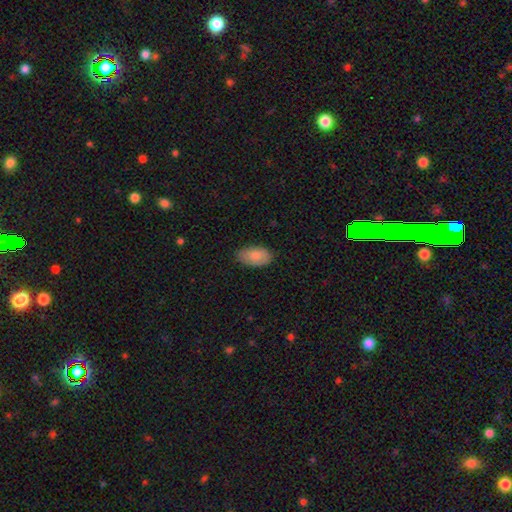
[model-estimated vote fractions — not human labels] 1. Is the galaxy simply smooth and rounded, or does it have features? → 83% smooth, 11% featured or disk, 6% star or artifact.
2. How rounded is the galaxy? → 94% in between, 4% round, 2% cigar-shaped.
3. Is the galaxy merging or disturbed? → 77% none, 19% minor disturbance, 3% major disturbance, 1% merger.